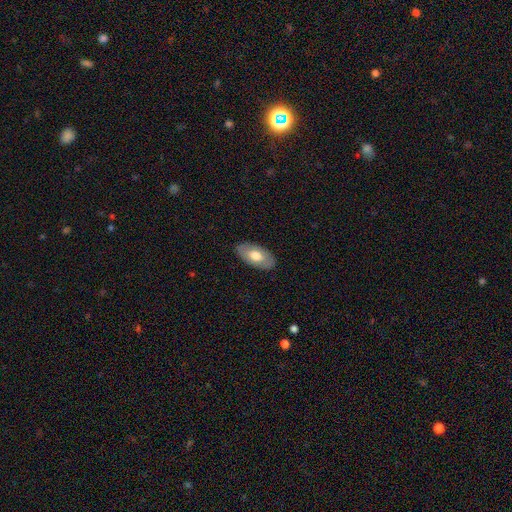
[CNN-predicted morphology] A smooth galaxy with no disk features (66%) that is in between round and cigar-shaped (94%).

Vote fractions:
- Smooth or featured? smooth: 66% / featured or disk: 29% / star or artifact: 6%
- How rounded? in between: 94% / round: 3% / cigar-shaped: 3%
- Merging? none: 87% / minor disturbance: 10% / major disturbance: 2% / merger: 1%